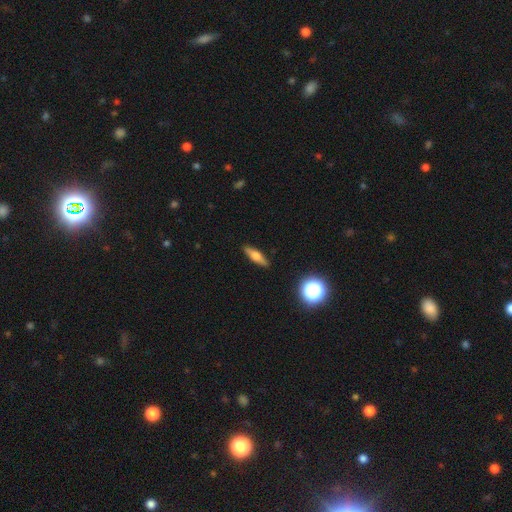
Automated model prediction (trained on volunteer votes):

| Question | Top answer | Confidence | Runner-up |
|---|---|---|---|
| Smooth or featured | smooth | 55% | featured or disk (36%) |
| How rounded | cigar-shaped | 61% | in between (35%) |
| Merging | none | 88% | minor disturbance (9%) |